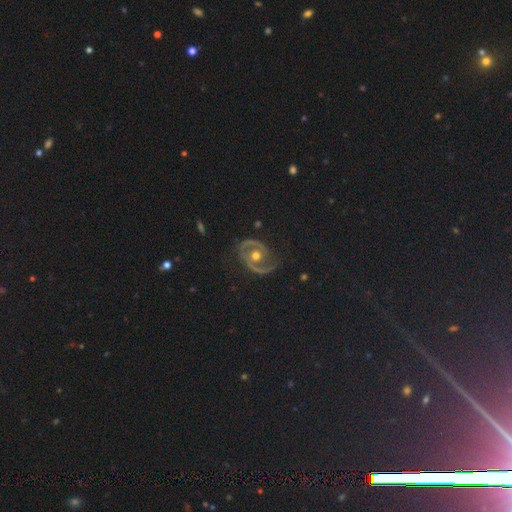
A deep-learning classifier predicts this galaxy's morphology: The model was most divided on "spiral winding": medium: 51%, tight: 29%, loose: 20%. More confident: edge-on disk — no (97%); spiral arm count — 2 (85%); spiral arms — yes (84%); smooth or featured — featured or disk (83%); merging — none (77%); bulge size — moderate (76%); bar — no (67%).